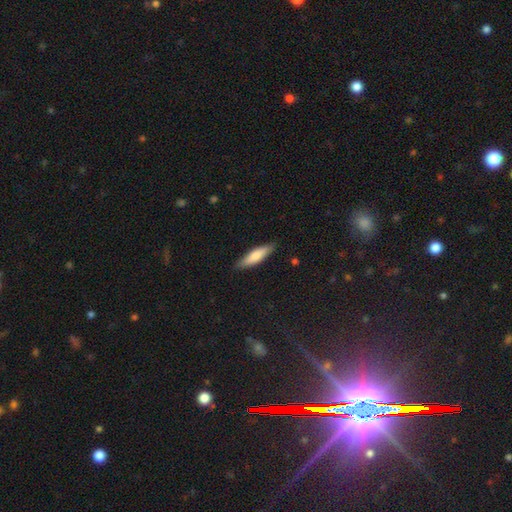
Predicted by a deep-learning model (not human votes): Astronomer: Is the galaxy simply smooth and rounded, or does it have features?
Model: smooth — 72%.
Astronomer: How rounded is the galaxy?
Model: cigar-shaped — 68%.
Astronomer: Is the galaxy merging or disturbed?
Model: none — 86%.